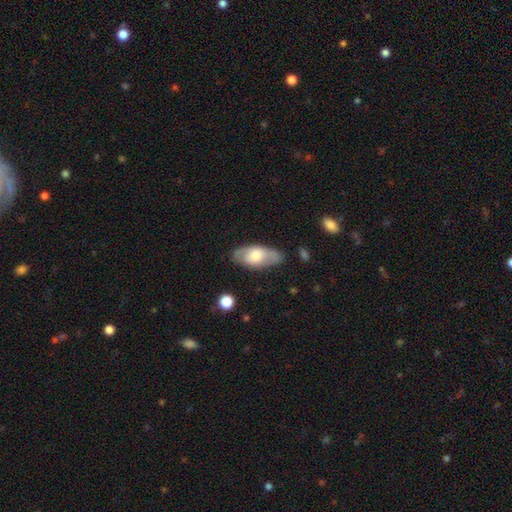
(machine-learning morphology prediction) Smooth or featured?
  - smooth: 52% *
  - featured or disk: 42%
  - star or artifact: 6%
How rounded?
  - in between: 89% *
  - cigar-shaped: 7%
  - round: 4%
Merging?
  - none: 77% *
  - minor disturbance: 17%
  - major disturbance: 5%
  - merger: 2%